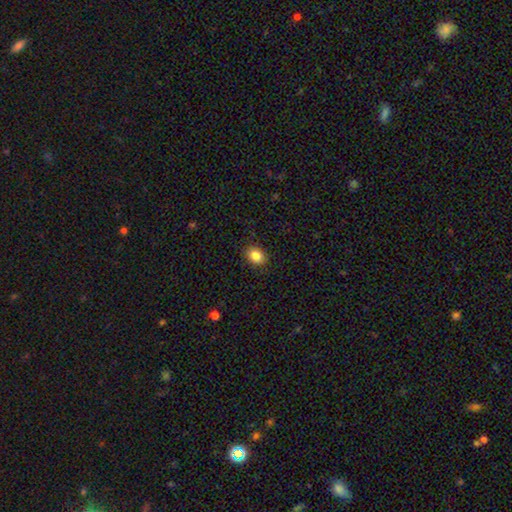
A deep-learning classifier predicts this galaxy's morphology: This is clearly a smooth galaxy (85%). How rounded: likely in between (60%). Merging: clearly none (89%).